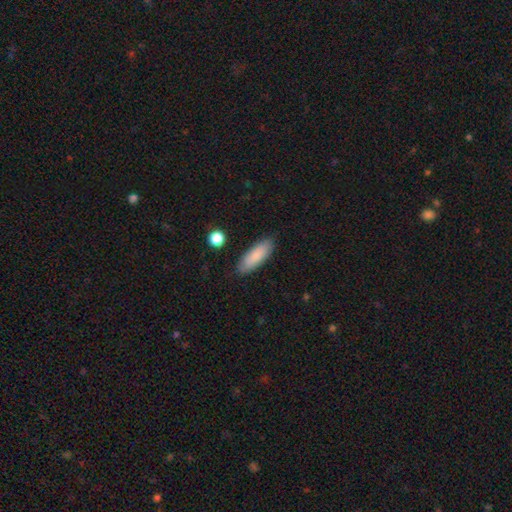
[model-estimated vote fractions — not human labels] This appears to be a smooth galaxy with no disk features (85%) that is in between round and cigar-shaped (61%). Merging: none (87%).